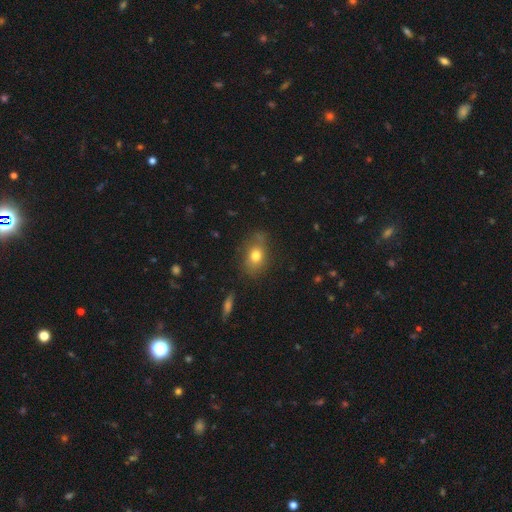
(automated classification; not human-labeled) Overall: smooth (76%). How rounded: in between (70%). Merging: none (70%).